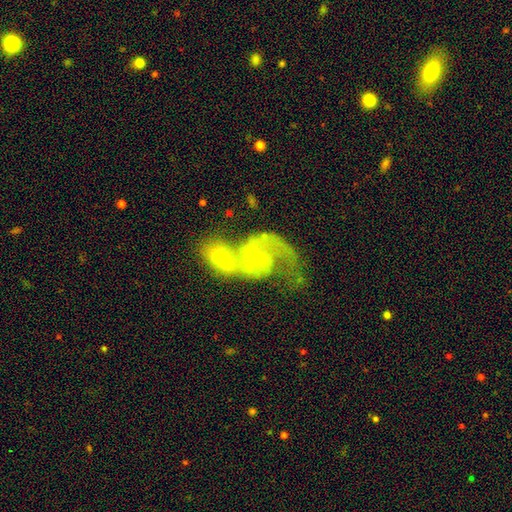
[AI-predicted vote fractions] The model was most divided on "spiral winding": loose: 47%, medium: 41%, tight: 12%. Remaining: edge-on disk — no (97%); spiral arms — yes (85%); smooth or featured — featured or disk (79%); spiral arm count — 2 (71%); merging — merger (49%); bar — weak (46%); bulge size — small (43%).